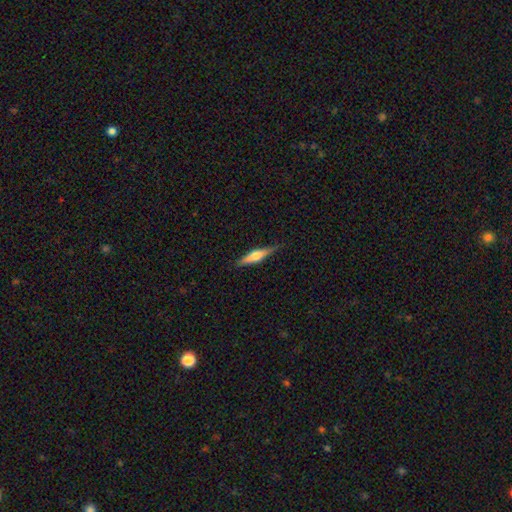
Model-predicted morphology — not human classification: Smooth or featured?
  - featured or disk: 61% *
  - smooth: 34%
  - star or artifact: 6%
Edge-on disk?
  - yes: 96% *
  - no: 4%
Edge-on bulge?
  - rounded: 92% *
  - boxy: 5%
  - none: 3%
Merging?
  - none: 86% *
  - minor disturbance: 11%
  - major disturbance: 2%
  - merger: 1%